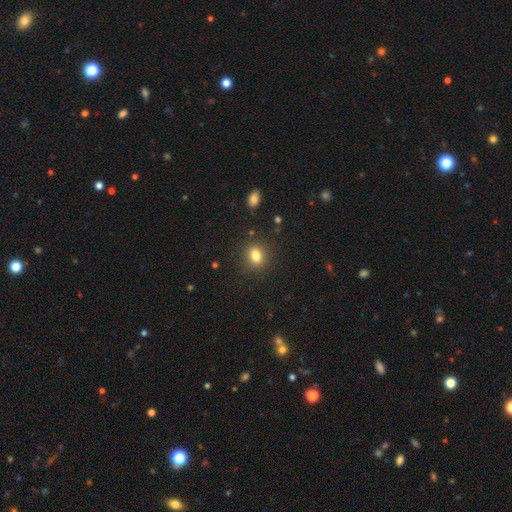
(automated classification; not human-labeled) A smooth galaxy with no disk features (82%) that is in between round and cigar-shaped (53%).

Vote fractions:
- Smooth or featured? smooth: 82% / star or artifact: 11% / featured or disk: 7%
- How rounded? in between: 53% / round: 45% / cigar-shaped: 2%
- Merging? none: 86% / minor disturbance: 9% / major disturbance: 3% / merger: 2%